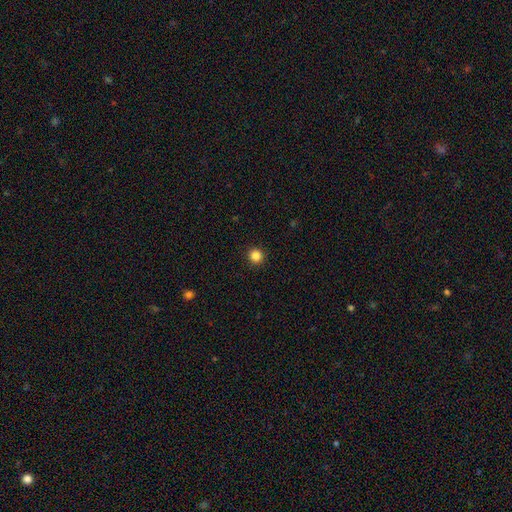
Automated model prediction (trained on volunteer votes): This is clearly a smooth galaxy (85%). How rounded: clearly round (93%). Merging: clearly none (93%).